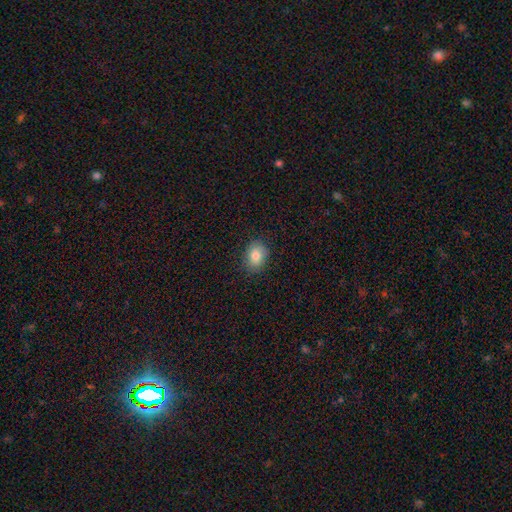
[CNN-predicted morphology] This appears to be a smooth galaxy with no disk features (82%) that is in between round and cigar-shaped (60%). Merging: none (86%).